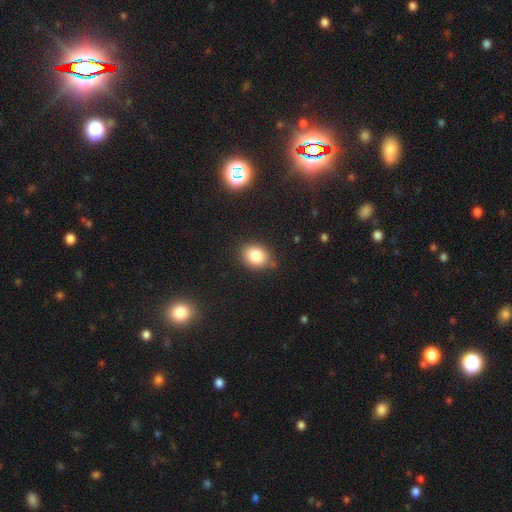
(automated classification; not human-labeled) A smooth galaxy with no disk features (83%) that is in between round and cigar-shaped (55%).

Vote fractions:
- Smooth or featured? smooth: 83% / star or artifact: 10% / featured or disk: 7%
- How rounded? in between: 55% / round: 43% / cigar-shaped: 1%
- Merging? none: 81% / minor disturbance: 13% / merger: 3% / major disturbance: 3%